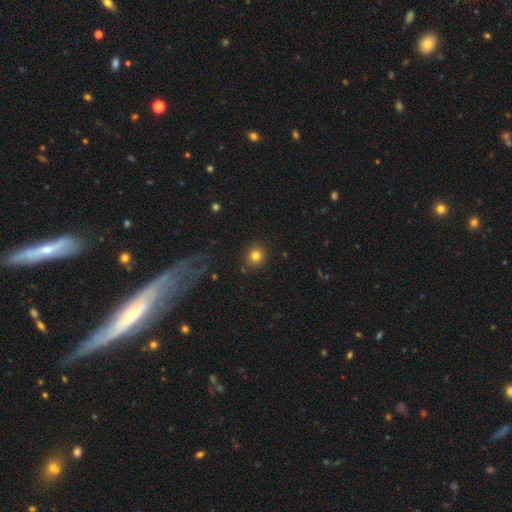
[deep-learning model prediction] This appears to be a smooth galaxy with no disk features (80%) that is round (89%). Merging: none (88%).